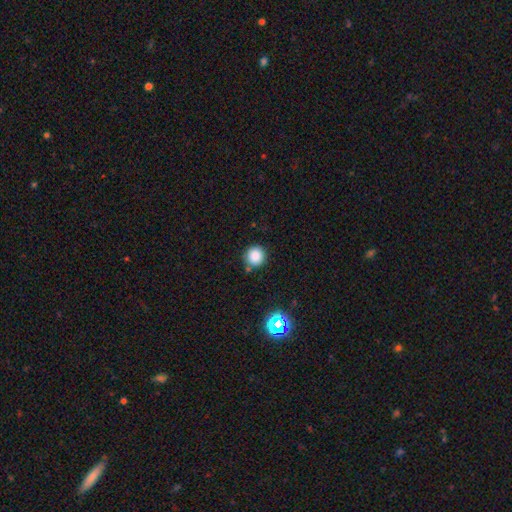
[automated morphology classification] Overall: smooth (84%). How rounded: round (94%). Merging: none (84%).